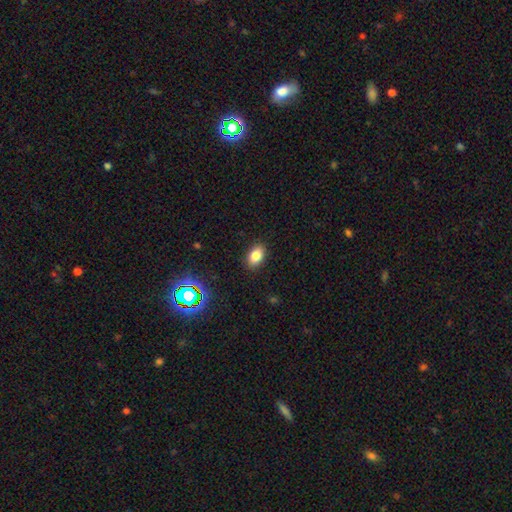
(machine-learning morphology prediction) Smooth or featured? smooth (82%)
How rounded? in between (88%)
Merging? none (88%)